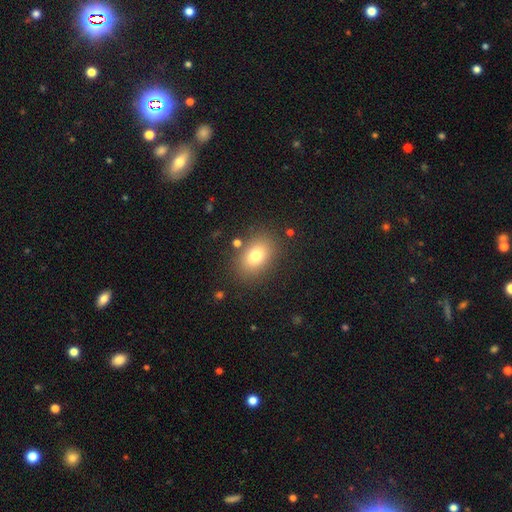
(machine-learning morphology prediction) type=smooth (77%); roundness=in between (79%); merging=none (83%).